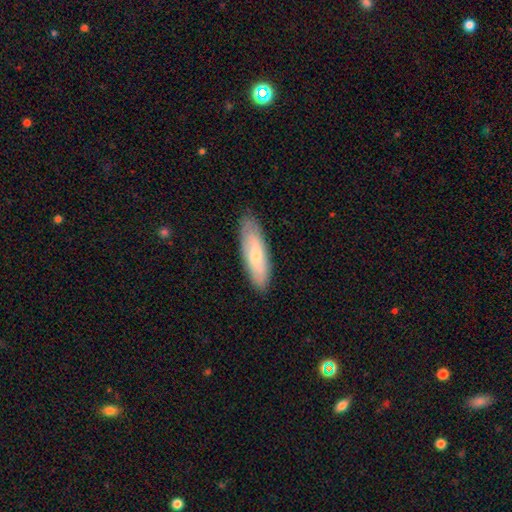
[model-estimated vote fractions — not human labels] Smooth or featured? Predicted: smooth (p=0.59). How rounded? Predicted: cigar-shaped (p=0.52). Merging? Predicted: none (p=0.85).